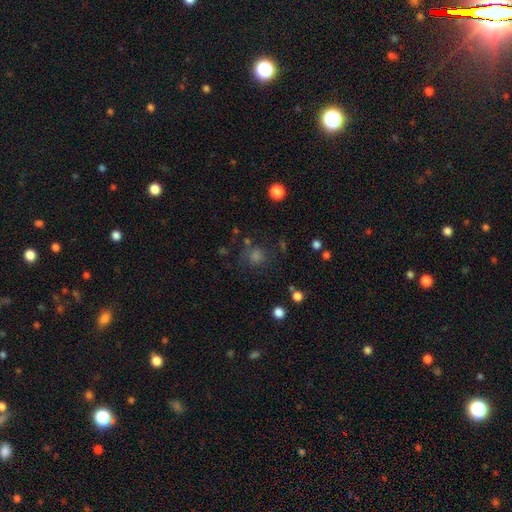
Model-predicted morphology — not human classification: type=smooth (54%); roundness=round (85%); merging=none (71%).